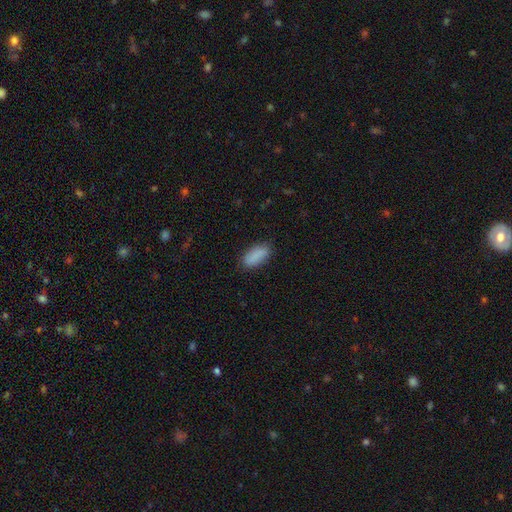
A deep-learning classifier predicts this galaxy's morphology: Smooth or featured? smooth (88%)
How rounded? in between (83%)
Merging? none (82%)